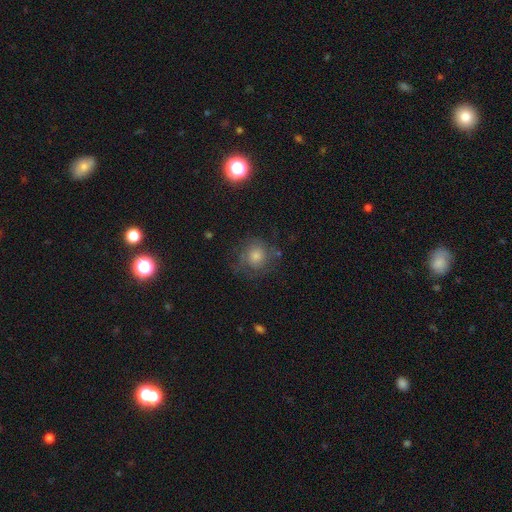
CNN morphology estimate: Smooth or featured?
  - smooth: 49% *
  - featured or disk: 31%
  - star or artifact: 20%
Merging?
  - none: 70% *
  - minor disturbance: 17%
  - major disturbance: 11%
  - merger: 2%